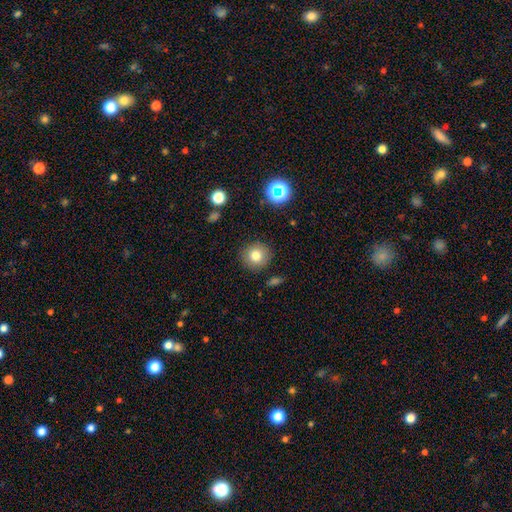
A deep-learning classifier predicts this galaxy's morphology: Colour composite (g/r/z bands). It shows a smooth galaxy with no disk features (77%) that is round (92%). Merging: none (89%).